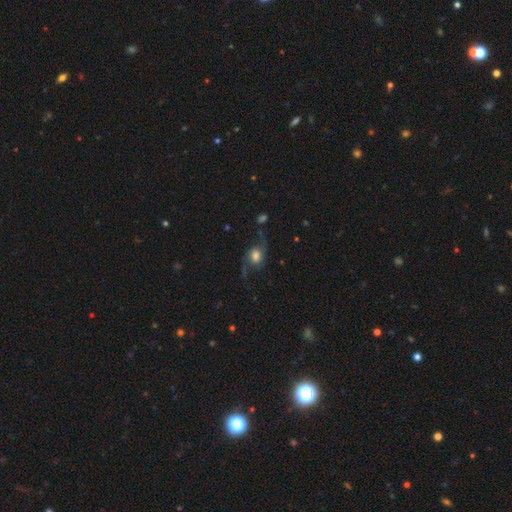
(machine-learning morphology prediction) type=featured or disk (69%); edge-on=no (95%); bar=no (61%); spiral arms=yes (93%); winding=loose (82%); arm count=2 (93%); bulge=large (44%); merging=none (65%).